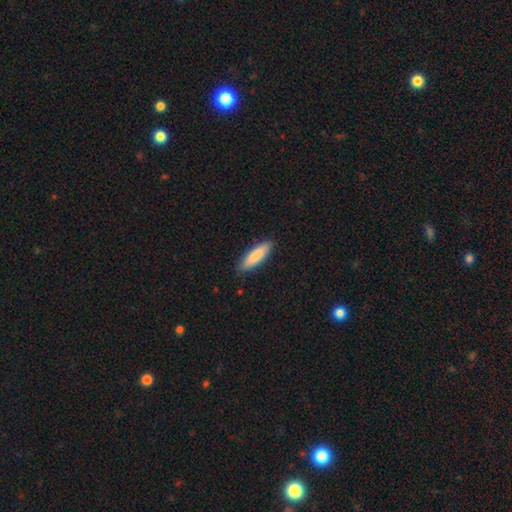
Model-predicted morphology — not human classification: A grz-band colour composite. It shows a smooth galaxy with no disk features (85%) that is cigar-shaped (56%). Merging: none (88%).